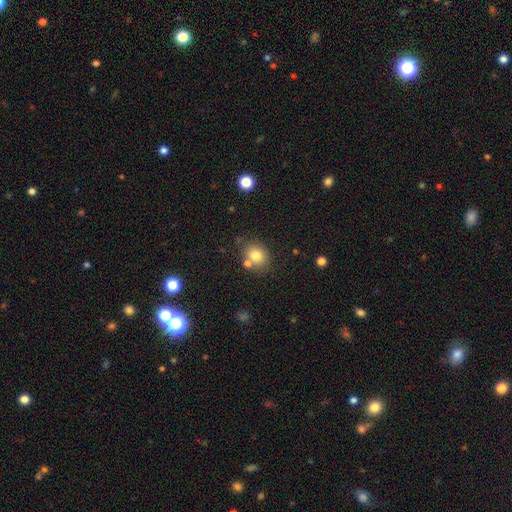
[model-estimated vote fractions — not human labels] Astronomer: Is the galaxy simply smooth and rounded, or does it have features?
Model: smooth — 78%.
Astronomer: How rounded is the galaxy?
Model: round — 60% (runner-up: in between, 39%).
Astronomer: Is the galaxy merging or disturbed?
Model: none — 70%.